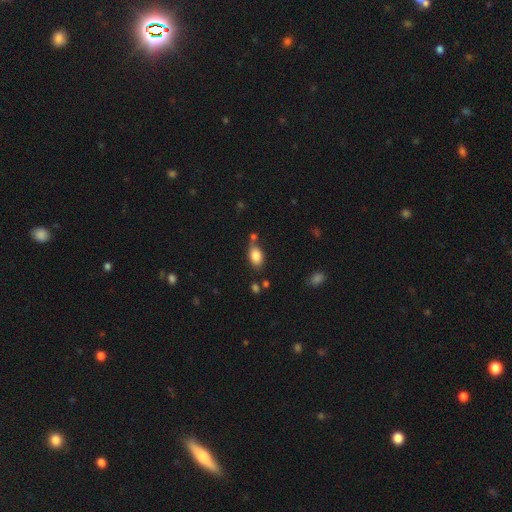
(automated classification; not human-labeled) A smooth galaxy with no disk features (84%) that is in between round and cigar-shaped (89%). Merging: none (63%).